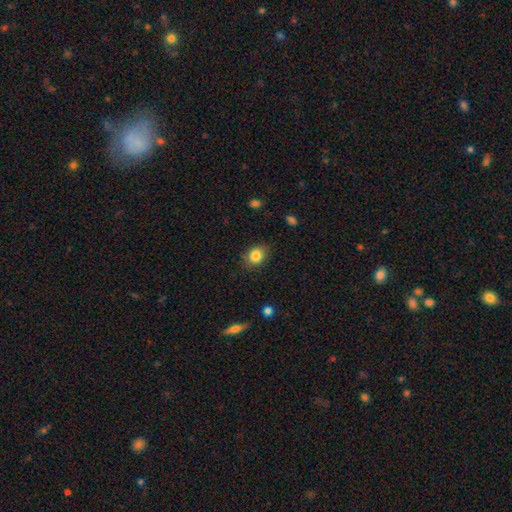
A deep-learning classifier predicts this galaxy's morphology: The model was most divided on "how rounded": round: 54%, in between: 45%, cigar-shaped: 1%. More confident: smooth or featured — smooth (84%); merging — none (82%).